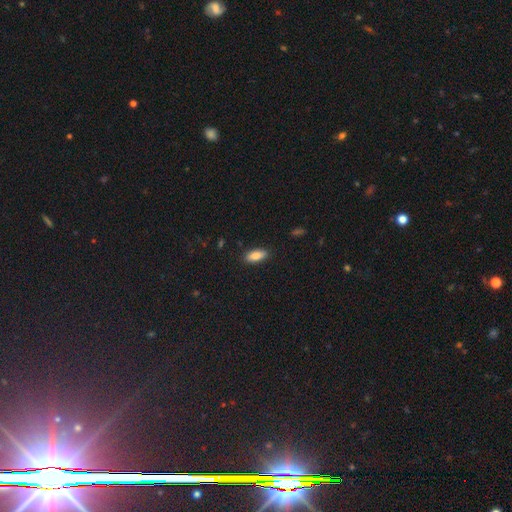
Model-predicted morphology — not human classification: Smooth or featured?
  - smooth: 84% *
  - featured or disk: 9%
  - star or artifact: 7%
How rounded?
  - in between: 84% *
  - cigar-shaped: 14%
  - round: 2%
Merging?
  - none: 88% *
  - minor disturbance: 9%
  - major disturbance: 2%
  - merger: 1%